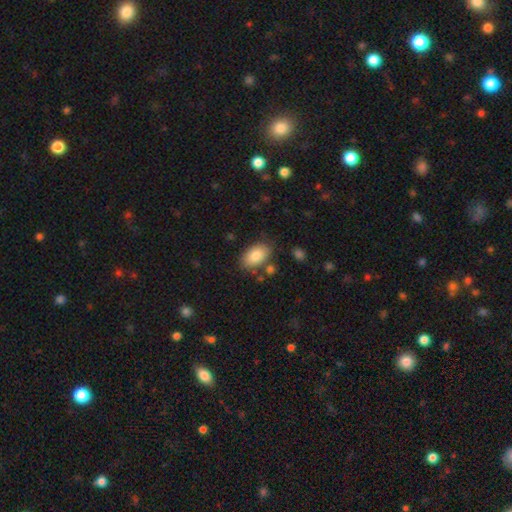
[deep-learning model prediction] Morphology: type=smooth (84%); roundness=in between (93%); merging=none (76%).